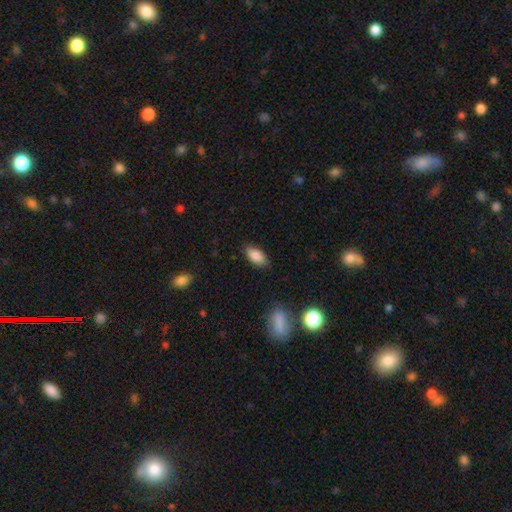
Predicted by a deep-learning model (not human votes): Q: Smooth or featured?
A: smooth (87%); runner-up: star or artifact (7%)
Q: How rounded?
A: in between (92%); runner-up: cigar-shaped (5%)
Q: Merging?
A: none (84%); runner-up: minor disturbance (12%)